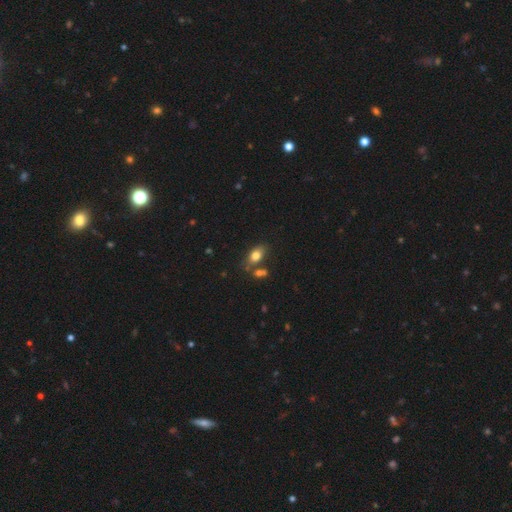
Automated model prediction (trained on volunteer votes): smooth 79%, featured or disk 12%, star or artifact 9%. Down the decision tree: how rounded — in between (85%); merging — none (62%).